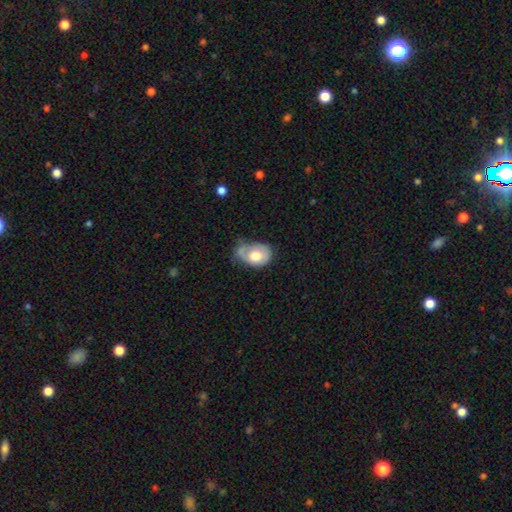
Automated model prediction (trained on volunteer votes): The model was most divided on "merging": minor disturbance: 37%, none: 26%, major disturbance: 23%, merger: 13%. More confident: how rounded — in between (70%); smooth or featured — smooth (66%).